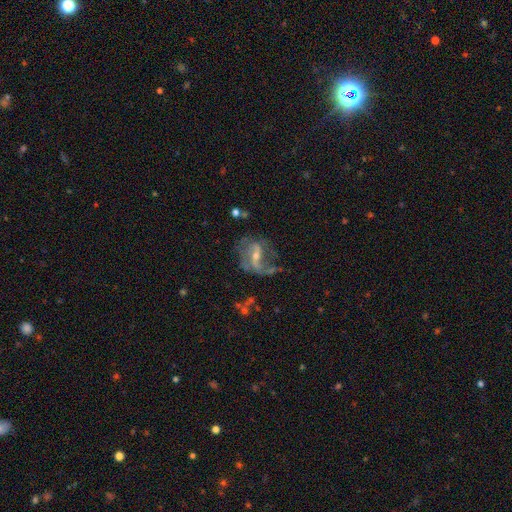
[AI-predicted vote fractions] Q: Smooth or featured?
A: featured or disk (80%); runner-up: smooth (12%)
Q: Edge-on disk?
A: no (96%); runner-up: yes (4%)
Q: Bar?
A: weak (45%); runner-up: strong (32%)
Q: Spiral arms?
A: yes (86%); runner-up: no (14%)
Q: Spiral winding?
A: loose (51%); runner-up: medium (36%)
Q: Spiral arm count?
A: 2 (62%); runner-up: 1 (18%)
Q: Bulge size?
A: small (54%); runner-up: moderate (41%)
Q: Merging?
A: none (44%); runner-up: major disturbance (30%)